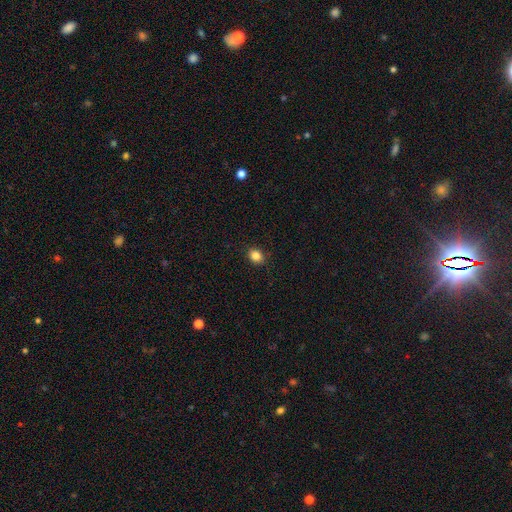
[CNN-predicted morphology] Smooth or featured?
  - smooth: 85% *
  - star or artifact: 10%
  - featured or disk: 4%
How rounded?
  - round: 53% *
  - in between: 46%
  - cigar-shaped: 1%
Merging?
  - none: 89% *
  - minor disturbance: 8%
  - major disturbance: 2%
  - merger: 1%